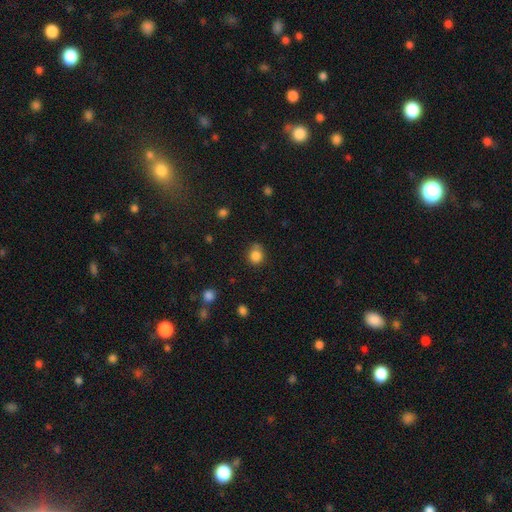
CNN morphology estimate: Smooth or featured? smooth (84%)
How rounded? round (79%)
Merging? none (68%)